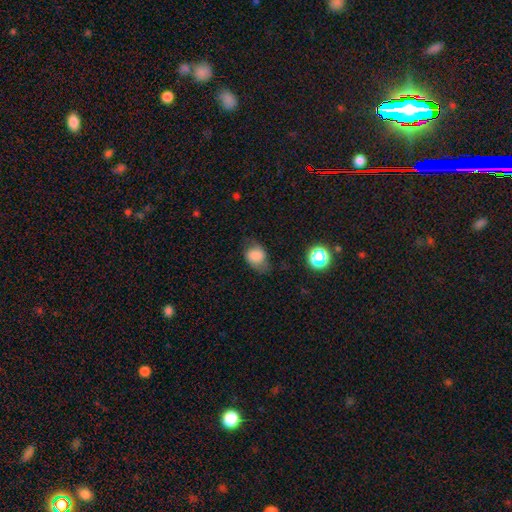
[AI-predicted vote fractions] This appears to be a smooth galaxy with no disk features (74%) that is in between round and cigar-shaped (52%). Merging: none (50%).